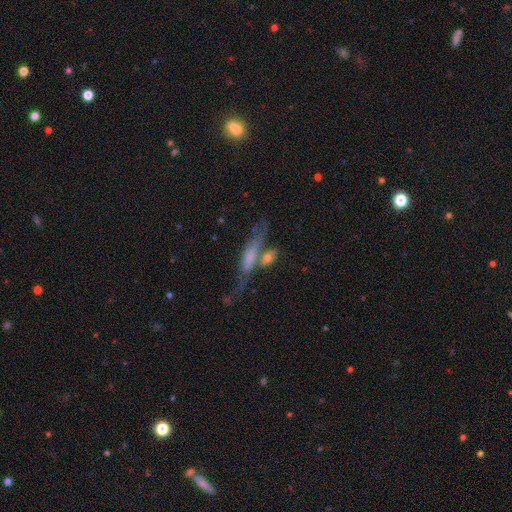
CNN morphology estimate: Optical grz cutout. It shows a featured or disk galaxy (56%) viewed edge-on (65%). Merging: none (41%).